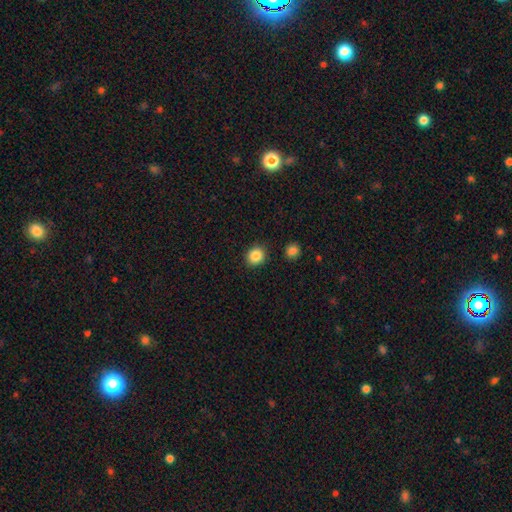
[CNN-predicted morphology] A smooth galaxy with no disk features (86%) that is round (83%).

Vote fractions:
- Smooth or featured? smooth: 86% / star or artifact: 10% / featured or disk: 4%
- How rounded? round: 83% / in between: 16% / cigar-shaped: 1%
- Merging? none: 89% / minor disturbance: 6% / merger: 2% / major disturbance: 2%